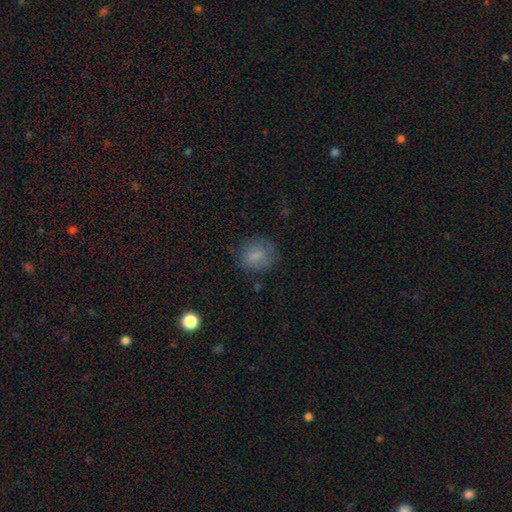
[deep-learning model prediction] A smooth galaxy with no disk features (78%) that is round (68%). Merging: none (73%).